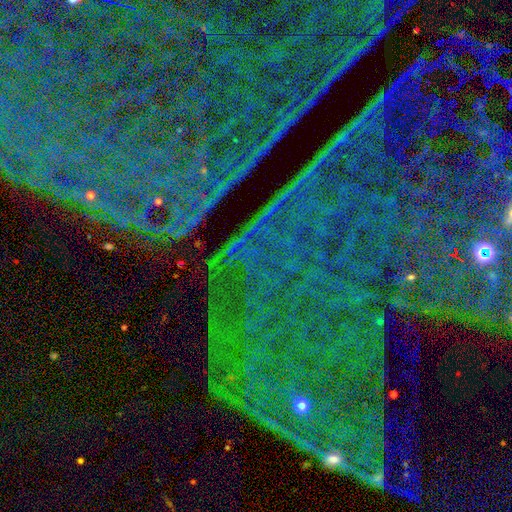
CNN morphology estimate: Smooth or featured: star or artifact — 87% (featured or disk — 7%)